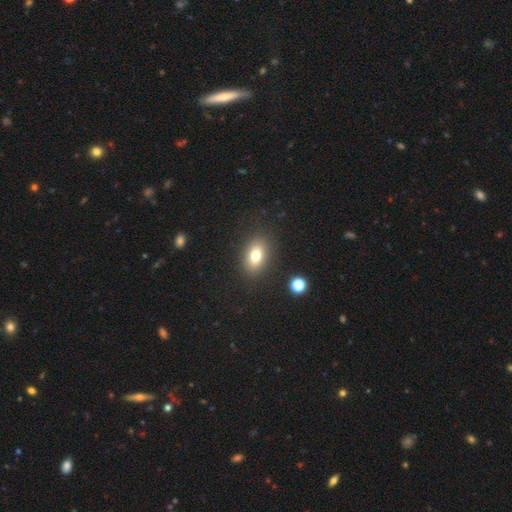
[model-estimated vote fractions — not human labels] Overall: smooth (76%). How rounded: in between (84%). Merging: none (86%).